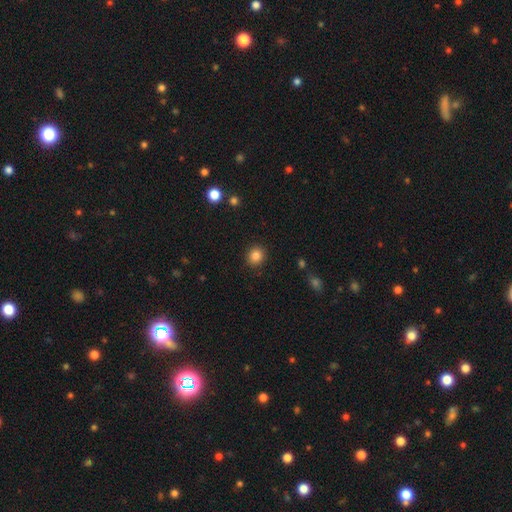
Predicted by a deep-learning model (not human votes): Smooth or featured? smooth (85%)
How rounded? round (78%)
Merging? none (90%)